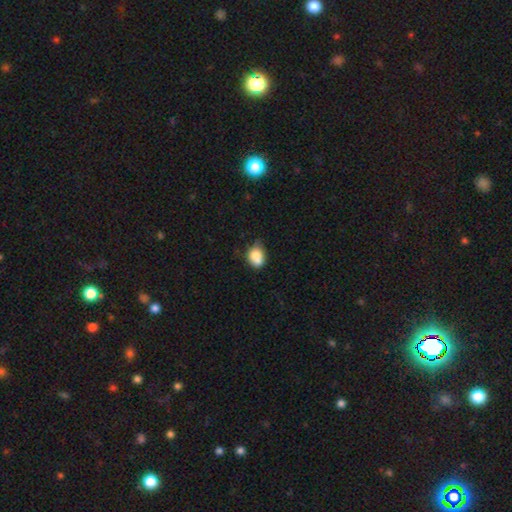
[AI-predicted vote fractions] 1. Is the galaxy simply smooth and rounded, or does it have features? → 76% smooth, 15% featured or disk, 9% star or artifact.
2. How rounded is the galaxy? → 50% round, 49% in between, 1% cigar-shaped.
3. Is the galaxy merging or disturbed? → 38% none, 31% merger, 24% minor disturbance, 7% major disturbance.